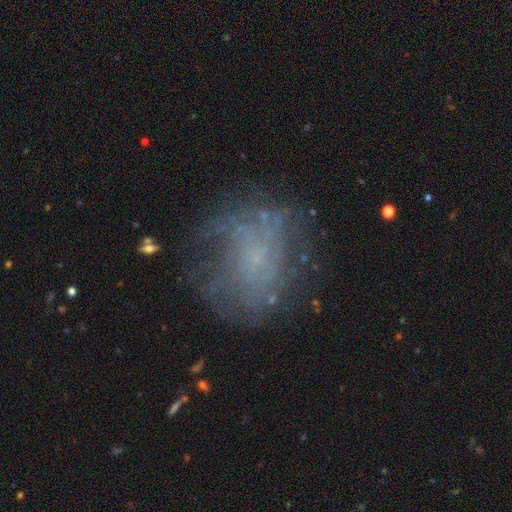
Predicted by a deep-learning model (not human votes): smooth-or-featured: featured or disk: 57% | smooth: 25% | star or artifact: 19%
  disk-edge-on: no: 97% | yes: 3%
    bar: no: 81% | weak: 16% | strong: 3%
    has-spiral-arms: yes: 57% | no: 43%
    bulge-size: small: 46% | none: 40% | moderate: 11% | large: 2% | dominant: 1%
  merging: none: 64% | minor disturbance: 18% | major disturbance: 16% | merger: 2%